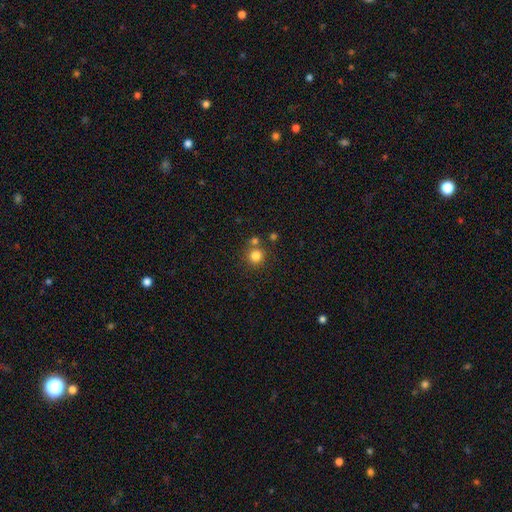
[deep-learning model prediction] Smooth or featured? smooth (81%)
How rounded? round (91%)
Merging? none (70%)